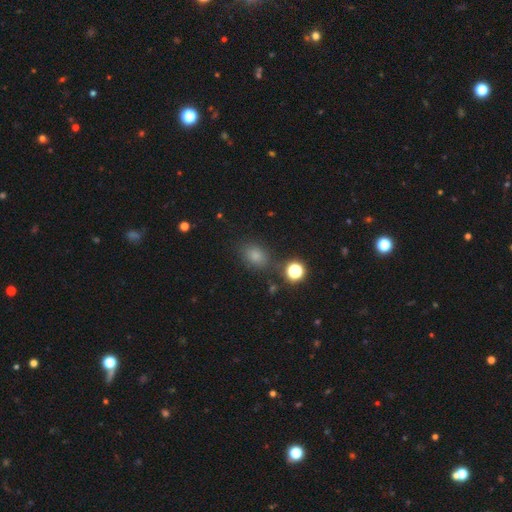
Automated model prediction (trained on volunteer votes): Smooth or featured? smooth (77%)
How rounded? in between (68%)
Merging? none (76%)